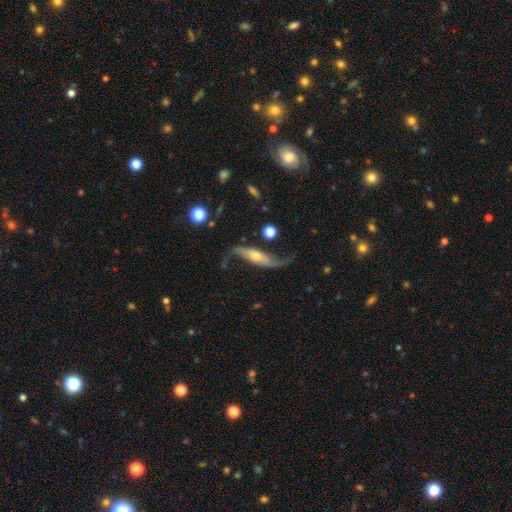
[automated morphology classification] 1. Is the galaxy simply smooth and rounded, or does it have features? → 83% featured or disk, 11% smooth, 6% star or artifact.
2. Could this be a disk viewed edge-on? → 84% no, 16% yes.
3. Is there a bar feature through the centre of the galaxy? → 54% no, 28% weak, 18% strong.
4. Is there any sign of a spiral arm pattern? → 94% yes, 6% no.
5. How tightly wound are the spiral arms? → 91% loose, 7% medium, 3% tight.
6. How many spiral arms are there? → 92% 2, 3% 1, 2% can't tell, 1% 3, 1% 4, 1% more than 4.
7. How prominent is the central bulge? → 51% moderate, 37% small, 6% large, 4% none, 2% dominant.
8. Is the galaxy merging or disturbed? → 64% none, 18% minor disturbance, 14% major disturbance, 4% merger.